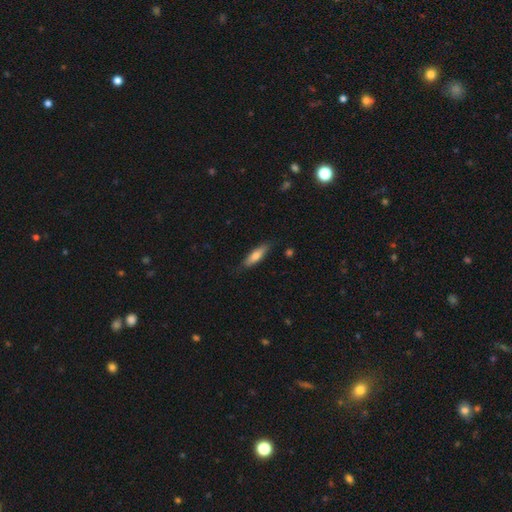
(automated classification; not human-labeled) Smooth or featured: smooth — 70% (featured or disk — 24%)
How rounded: cigar-shaped — 60% (in between — 38%)
Merging: none — 79% (minor disturbance — 16%)